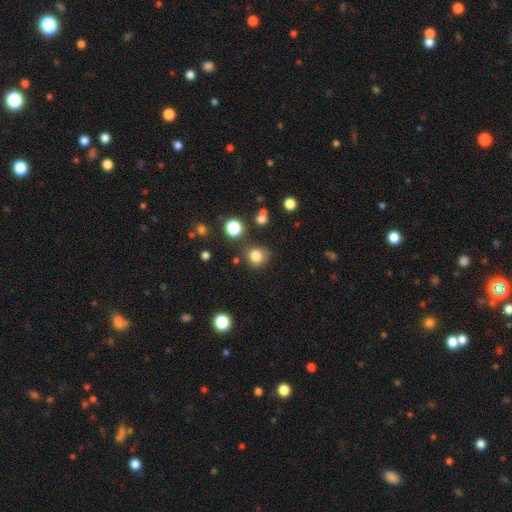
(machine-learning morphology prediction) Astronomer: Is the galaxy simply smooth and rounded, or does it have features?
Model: smooth — 82%.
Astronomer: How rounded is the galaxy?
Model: round — 84%.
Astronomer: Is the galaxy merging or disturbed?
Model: none — 75%.